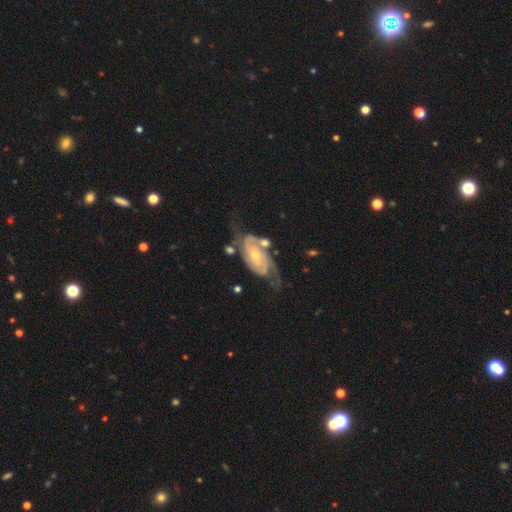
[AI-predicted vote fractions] Smooth or featured? featured or disk (89%)
Edge-on disk? no (96%)
Bar? no (48%)
Spiral arms? yes (97%)
Spiral winding? tight (53%)
Spiral arm count? 2 (76%)
Bulge size? small (55%)
Merging? none (56%)